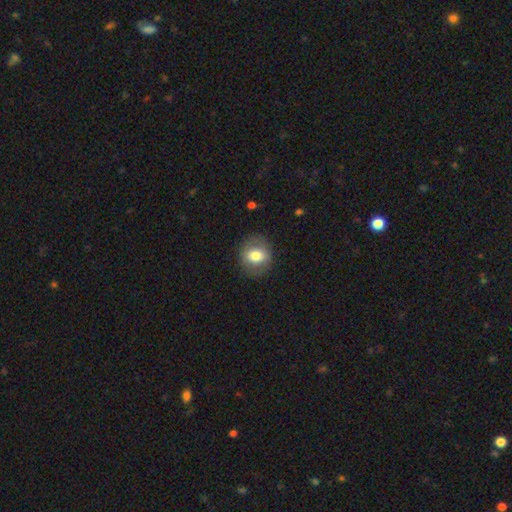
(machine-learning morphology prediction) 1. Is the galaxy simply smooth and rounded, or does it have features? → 70% smooth, 22% featured or disk, 8% star or artifact.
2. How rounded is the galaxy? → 65% round, 33% in between, 1% cigar-shaped.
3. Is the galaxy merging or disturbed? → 83% none, 11% minor disturbance, 5% major disturbance, 1% merger.